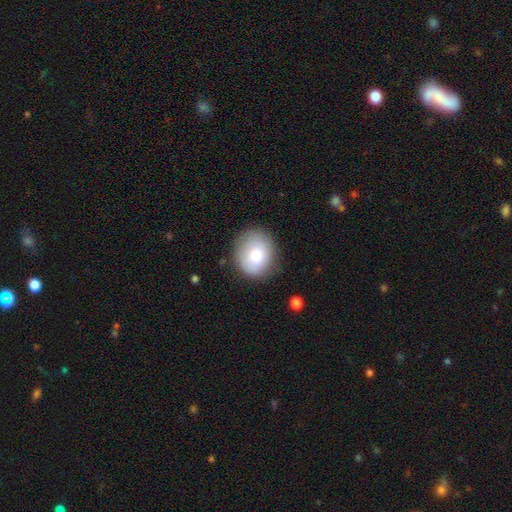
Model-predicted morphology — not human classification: type=smooth (77%); roundness=round (72%); merging=none (79%).